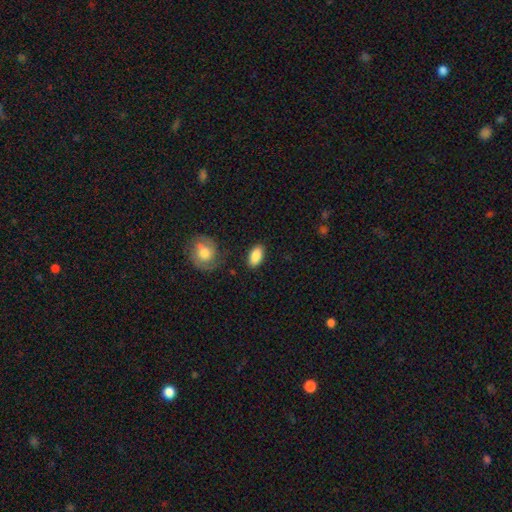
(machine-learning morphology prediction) Smooth or featured? smooth (87%)
How rounded? in between (92%)
Merging? none (84%)